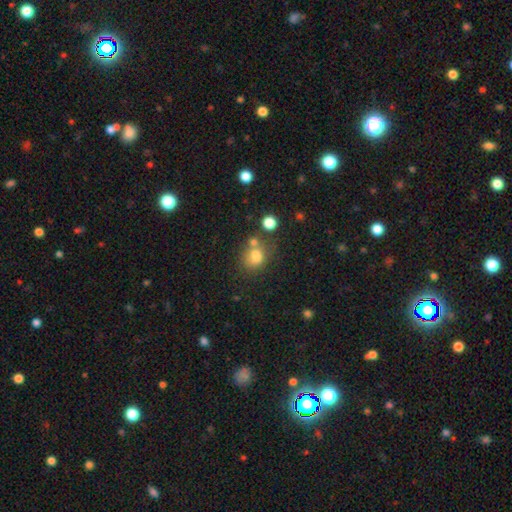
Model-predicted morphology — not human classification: smooth 75%, star or artifact 14%, featured or disk 11%. Down the decision tree: how rounded — round (62%); merging — none (46%).